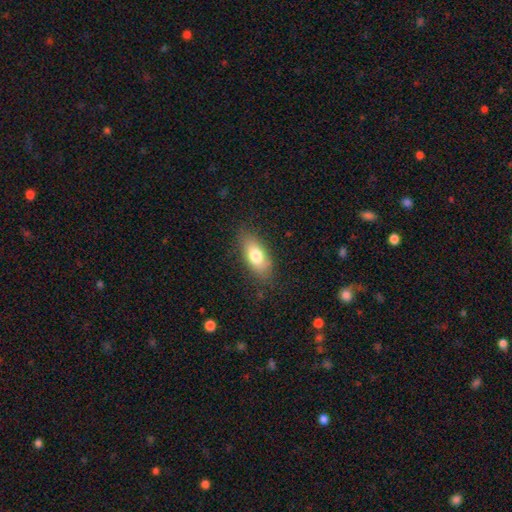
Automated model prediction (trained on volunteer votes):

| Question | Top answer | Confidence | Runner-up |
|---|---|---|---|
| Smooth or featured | smooth | 75% | featured or disk (17%) |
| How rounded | in between | 81% | cigar-shaped (15%) |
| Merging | none | 81% | minor disturbance (14%) |